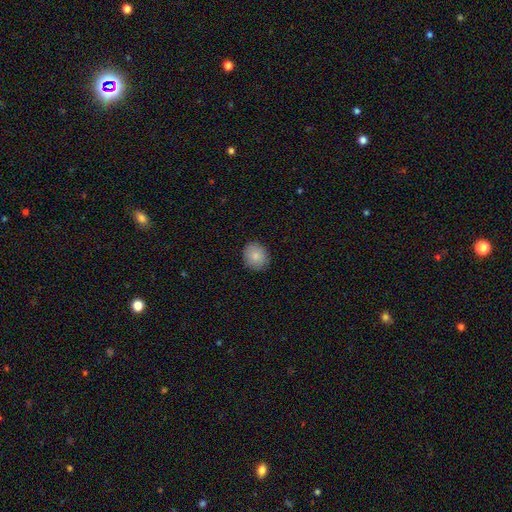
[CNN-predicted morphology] Smooth or featured?
  - smooth: 85% *
  - star or artifact: 8%
  - featured or disk: 8%
How rounded?
  - round: 74% *
  - in between: 25%
  - cigar-shaped: 1%
Merging?
  - none: 88% *
  - minor disturbance: 9%
  - major disturbance: 2%
  - merger: 1%